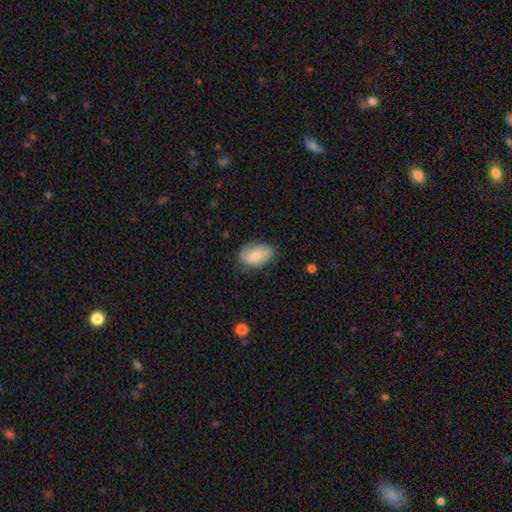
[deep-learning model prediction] Smooth or featured? smooth (61%)
How rounded? in between (85%)
Merging? none (70%)